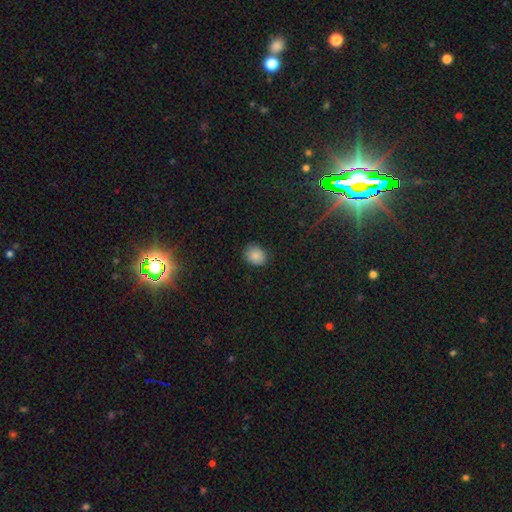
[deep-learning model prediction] Smooth or featured: smooth — 86% (star or artifact — 10%)
How rounded: round — 60% (in between — 40%)
Merging: none — 85% (minor disturbance — 12%)